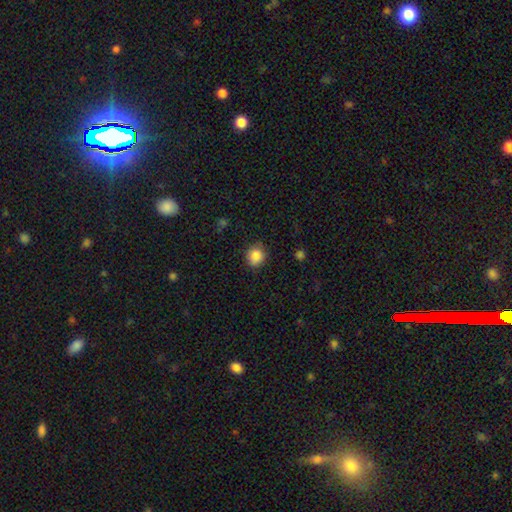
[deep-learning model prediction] A smooth galaxy with no disk features (86%) that is round (79%). Merging: none (82%).